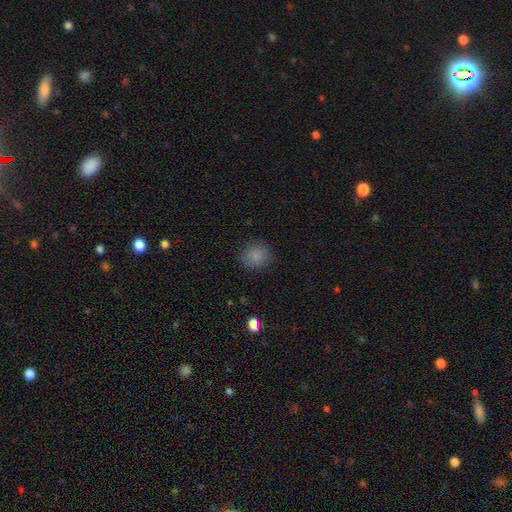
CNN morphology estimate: This is clearly a smooth galaxy (85%). How rounded: clearly round (82%). Merging: clearly none (86%).